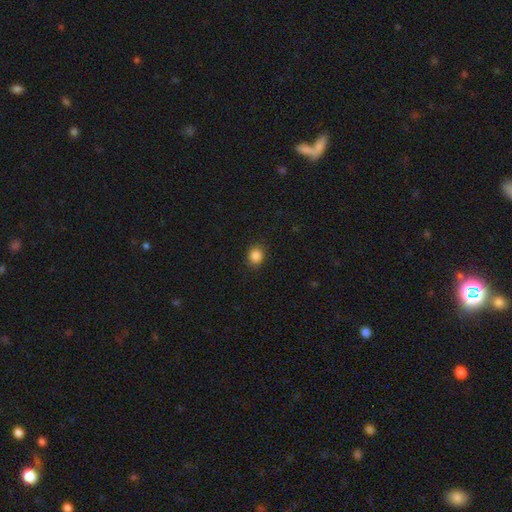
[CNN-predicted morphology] Smooth or featured? smooth (87%)
How rounded? round (70%)
Merging? none (88%)